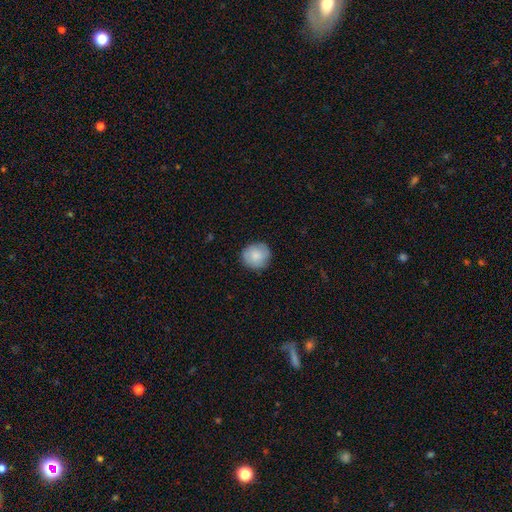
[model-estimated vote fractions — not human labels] Smooth or featured?
  - smooth: 82% *
  - featured or disk: 12%
  - star or artifact: 7%
How rounded?
  - round: 89% *
  - in between: 10%
  - cigar-shaped: 1%
Merging?
  - none: 85% *
  - minor disturbance: 12%
  - major disturbance: 2%
  - merger: 1%